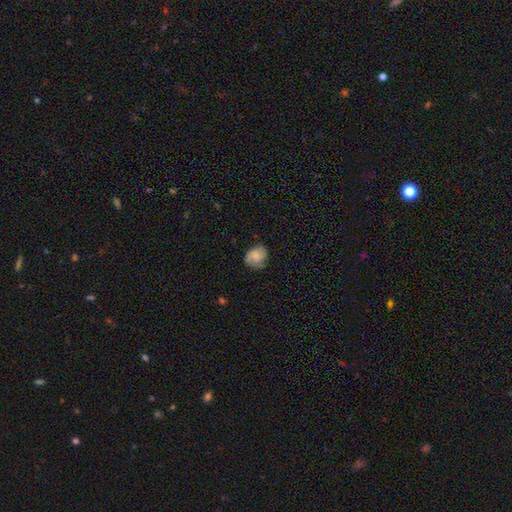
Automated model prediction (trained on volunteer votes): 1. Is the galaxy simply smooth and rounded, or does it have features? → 48% featured or disk, 44% smooth, 8% star or artifact.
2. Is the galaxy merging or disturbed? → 67% none, 23% minor disturbance, 9% major disturbance, 1% merger.